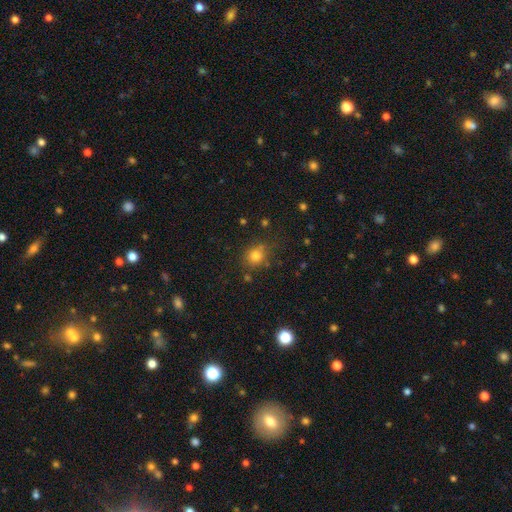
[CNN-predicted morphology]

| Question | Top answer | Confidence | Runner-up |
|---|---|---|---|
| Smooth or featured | smooth | 78% | star or artifact (14%) |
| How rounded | round | 74% | in between (25%) |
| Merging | none | 73% | minor disturbance (17%) |